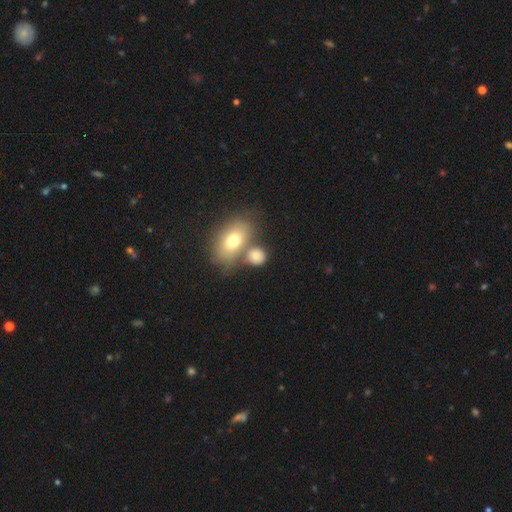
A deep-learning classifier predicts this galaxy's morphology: type=smooth (75%); roundness=round (55%); merging=none (52%).